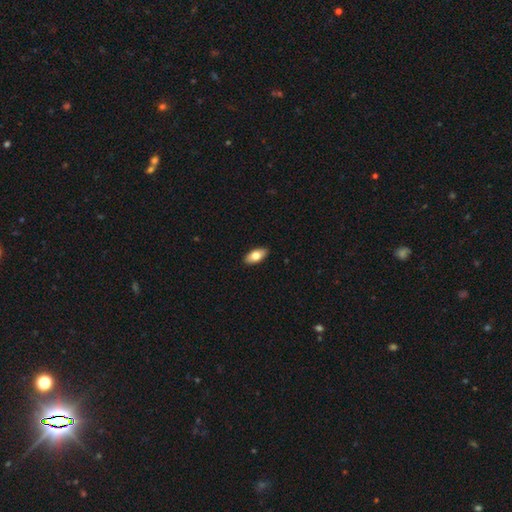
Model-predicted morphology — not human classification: Overall: smooth (76%). How rounded: in between (91%). Merging: none (90%).